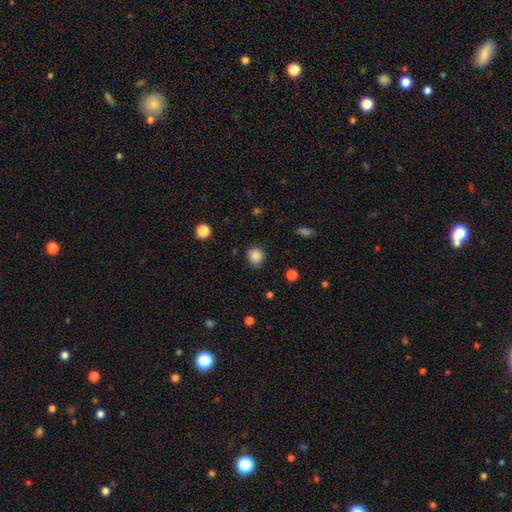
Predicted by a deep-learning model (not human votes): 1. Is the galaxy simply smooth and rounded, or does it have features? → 86% smooth, 10% star or artifact, 3% featured or disk.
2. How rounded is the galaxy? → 89% round, 10% in between, 1% cigar-shaped.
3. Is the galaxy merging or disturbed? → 86% none, 10% minor disturbance, 3% major disturbance, 2% merger.